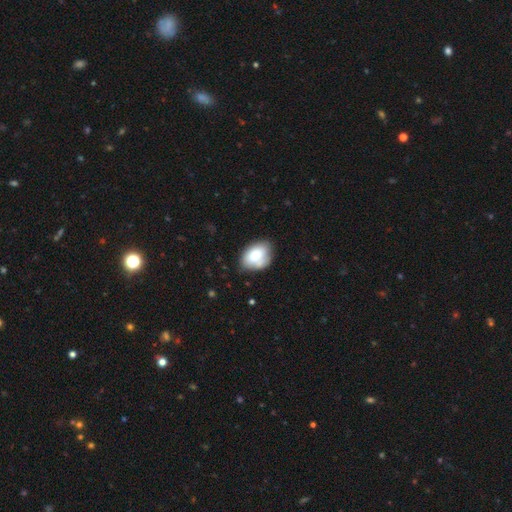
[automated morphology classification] The model was most divided on "merging": none: 66%, minor disturbance: 23%, merger: 6%, major disturbance: 5%. More confident: how rounded — in between (80%); smooth or featured — smooth (74%).